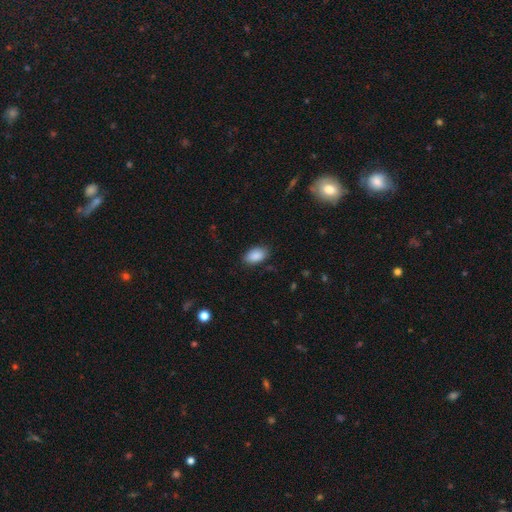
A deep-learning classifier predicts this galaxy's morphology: smooth-or-featured: smooth: 89% | star or artifact: 7% | featured or disk: 4%
  how-rounded: in between: 93% | round: 6% | cigar-shaped: 2%
  merging: none: 85% | minor disturbance: 12% | major disturbance: 3% | merger: 1%